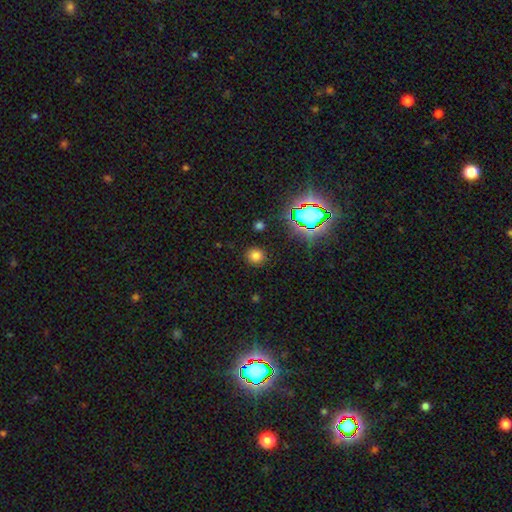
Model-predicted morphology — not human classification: smooth_or_featured: smooth (p=0.74) [alt: star or artifact p=0.20]
how_rounded: round (p=0.90) [alt: in between p=0.09]
merging: none (p=0.88) [alt: minor disturbance p=0.07]